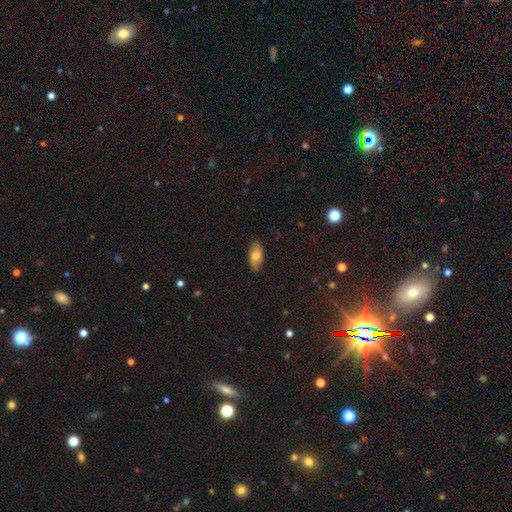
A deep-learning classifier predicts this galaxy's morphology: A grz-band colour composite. It shows a smooth galaxy with no disk features (72%) that is in between round and cigar-shaped (89%). Merging: none (85%).